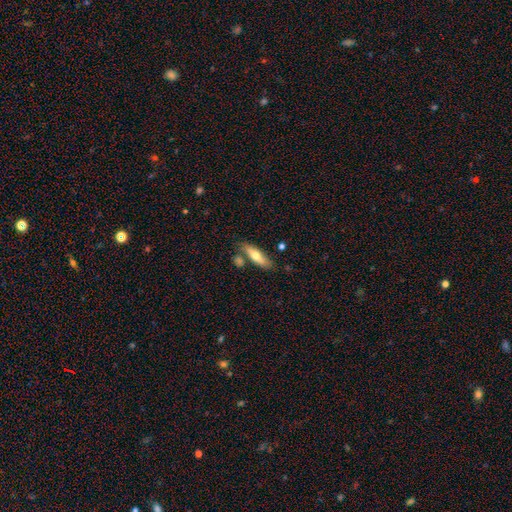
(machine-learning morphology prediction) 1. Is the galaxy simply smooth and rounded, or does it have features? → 61% smooth, 33% featured or disk, 6% star or artifact.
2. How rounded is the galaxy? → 50% cigar-shaped, 47% in between, 2% round.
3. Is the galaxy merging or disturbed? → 70% none, 15% minor disturbance, 12% merger, 4% major disturbance.